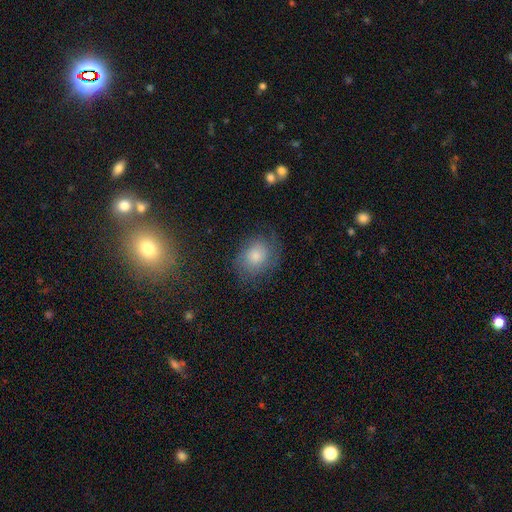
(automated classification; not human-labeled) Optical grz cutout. It shows a smooth galaxy with no disk features (61%) that is round (53%). Merging: none (65%).